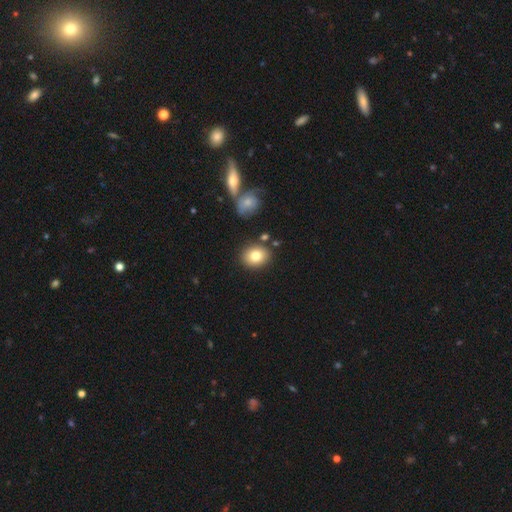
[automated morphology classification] Smooth or featured? Predicted: smooth (p=0.80). How rounded? Predicted: round (p=0.56). Merging? Predicted: none (p=0.83).